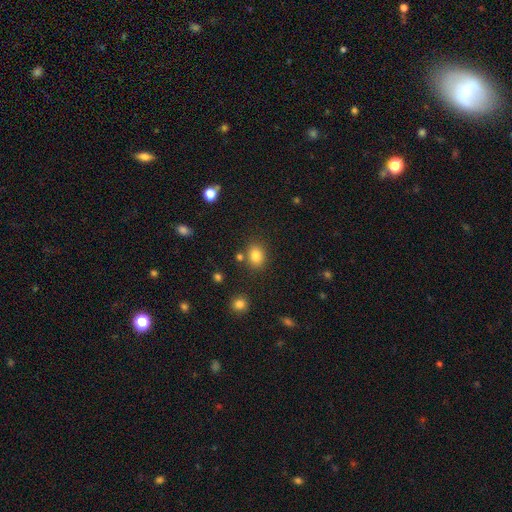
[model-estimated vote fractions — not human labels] Smooth or featured? Predicted: smooth (p=0.82). How rounded? Predicted: in between (p=0.51). Merging? Predicted: none (p=0.78).